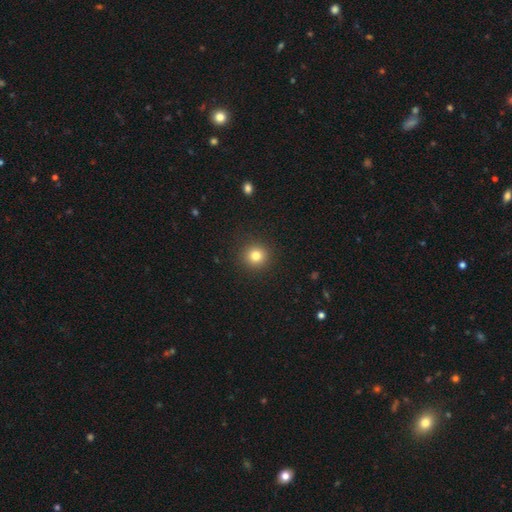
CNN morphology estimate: smooth-or-featured: smooth: 80% | star or artifact: 13% | featured or disk: 7%
  how-rounded: round: 94% | in between: 5% | cigar-shaped: 1%
  merging: none: 91% | minor disturbance: 5% | major disturbance: 2% | merger: 1%